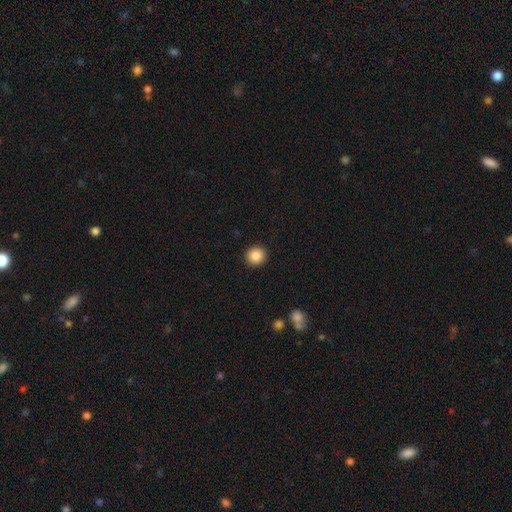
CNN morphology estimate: smooth 87%, star or artifact 9%, featured or disk 4%. Down the decision tree: how rounded — round (91%); merging — none (93%).